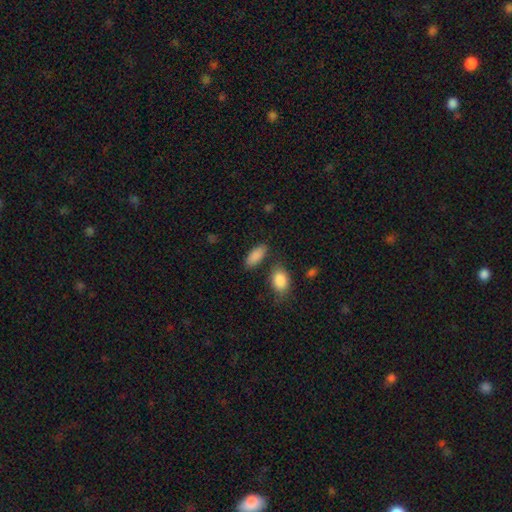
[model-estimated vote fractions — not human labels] smooth-or-featured: smooth: 89% | star or artifact: 7% | featured or disk: 5%
  how-rounded: in between: 86% | cigar-shaped: 11% | round: 3%
  merging: none: 79% | minor disturbance: 12% | merger: 6% | major disturbance: 3%